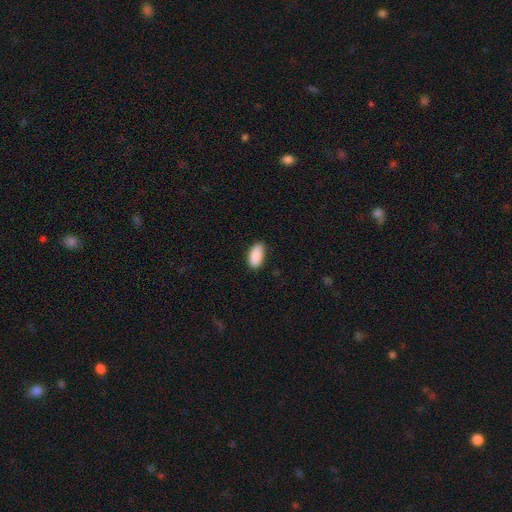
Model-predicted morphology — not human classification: smooth_or_featured: smooth (p=0.90) [alt: star or artifact p=0.06]
how_rounded: in between (p=0.94) [alt: cigar-shaped p=0.03]
merging: none (p=0.79) [alt: minor disturbance p=0.18]